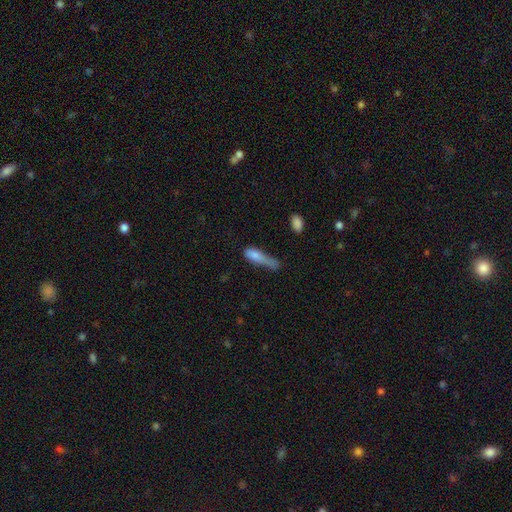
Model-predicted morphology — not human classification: smooth-or-featured: smooth: 74% | featured or disk: 17% | star or artifact: 9%
  how-rounded: cigar-shaped: 48% | in between: 47% | round: 5%
  merging: major disturbance: 37% | minor disturbance: 26% | none: 21% | merger: 16%